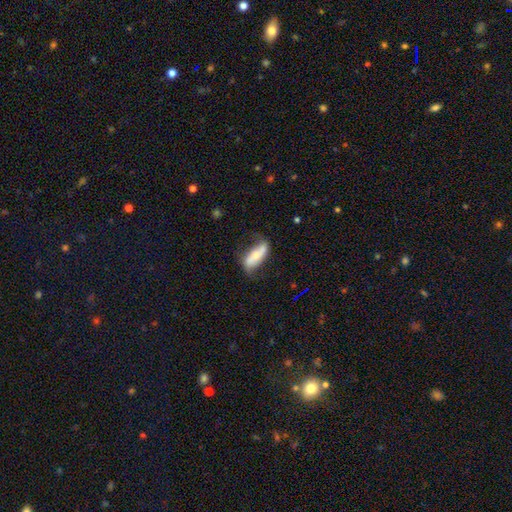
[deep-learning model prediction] Q: Smooth or featured?
A: featured or disk (54%); runner-up: smooth (39%)
Q: Edge-on disk?
A: no (81%); runner-up: yes (19%)
Q: Merging?
A: none (60%); runner-up: minor disturbance (27%)